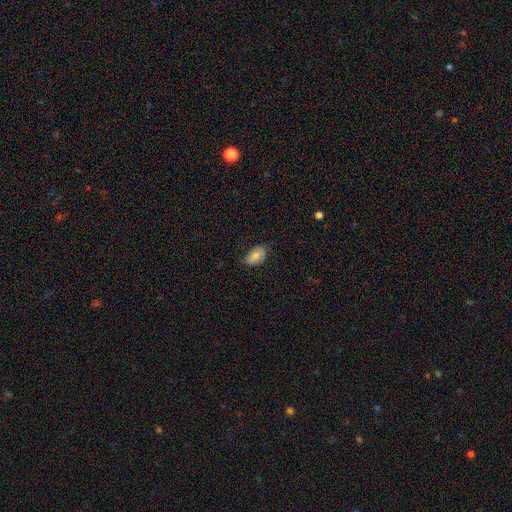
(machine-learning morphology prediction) Smooth or featured? Predicted: smooth (p=0.75). How rounded? Predicted: in between (p=0.90). Merging? Predicted: none (p=0.72).